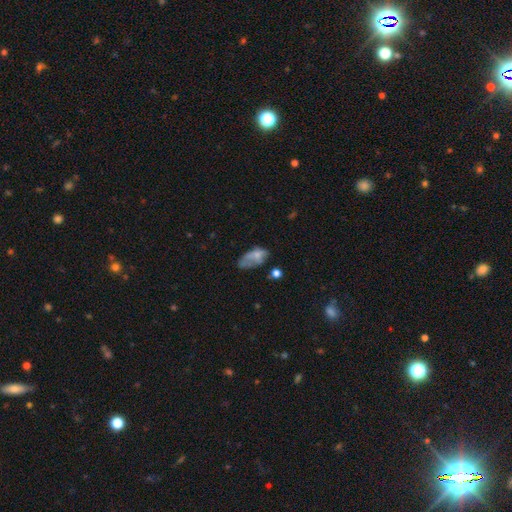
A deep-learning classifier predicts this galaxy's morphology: smooth-or-featured: smooth: 62% | featured or disk: 27% | star or artifact: 11%
  how-rounded: in between: 89% | cigar-shaped: 6% | round: 6%
  merging: none: 32% | minor disturbance: 30% | major disturbance: 29% | merger: 9%